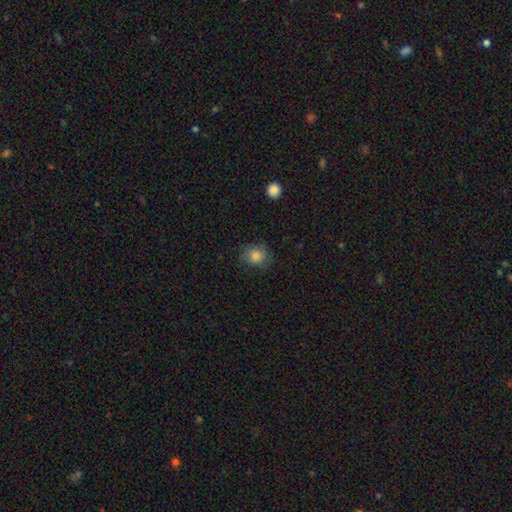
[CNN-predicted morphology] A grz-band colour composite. It shows a smooth galaxy with no disk features (79%) that is round (76%). Merging: none (74%).